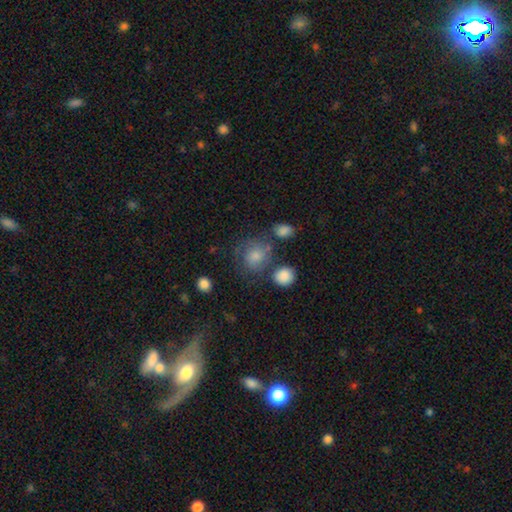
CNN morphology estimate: A smooth galaxy with no disk features (52%) that is round (77%).

Vote fractions:
- Smooth or featured? smooth: 52% / featured or disk: 32% / star or artifact: 16%
- How rounded? round: 77% / in between: 22% / cigar-shaped: 1%
- Merging? none: 60% / minor disturbance: 18% / major disturbance: 12% / merger: 11%